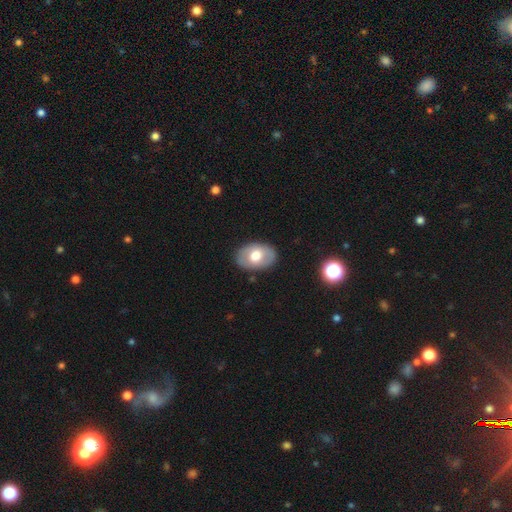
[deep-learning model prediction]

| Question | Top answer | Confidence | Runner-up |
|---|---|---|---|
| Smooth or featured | smooth | 59% | featured or disk (35%) |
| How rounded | in between | 84% | round (15%) |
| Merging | none | 85% | minor disturbance (11%) |